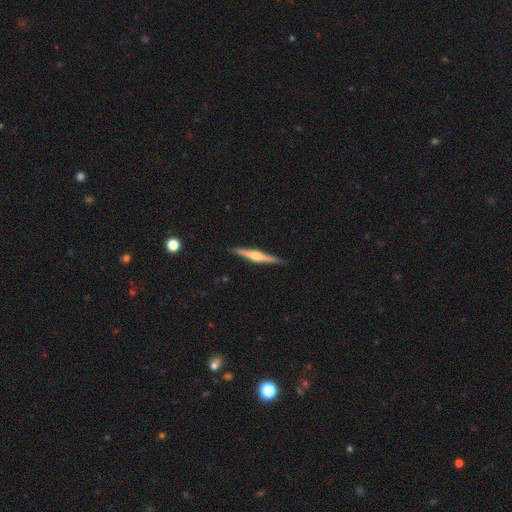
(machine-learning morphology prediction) A featured or disk galaxy (74%) viewed edge-on (98%) with a rounded central bulge (89%).

Vote fractions:
- Smooth or featured? featured or disk: 74% / smooth: 21% / star or artifact: 5%
- Edge-on disk? yes: 98% / no: 2%
- Edge-on bulge? rounded: 89% / boxy: 7% / none: 5%
- Merging? none: 91% / minor disturbance: 7% / major disturbance: 1% / merger: 1%